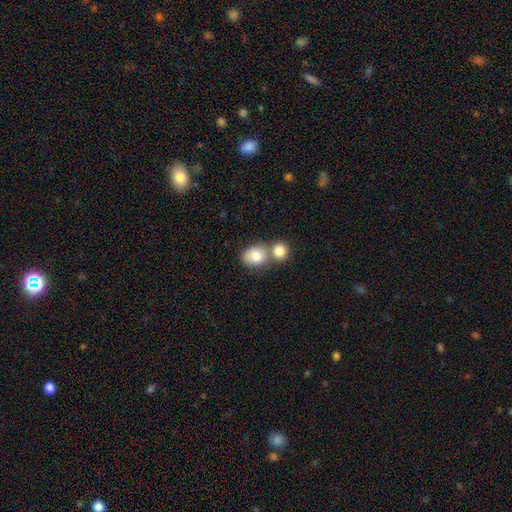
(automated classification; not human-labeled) smooth-or-featured: smooth: 80% | featured or disk: 12% | star or artifact: 8%
  how-rounded: round: 52% | in between: 47% | cigar-shaped: 1%
  merging: merger: 54% | none: 34% | minor disturbance: 9% | major disturbance: 3%